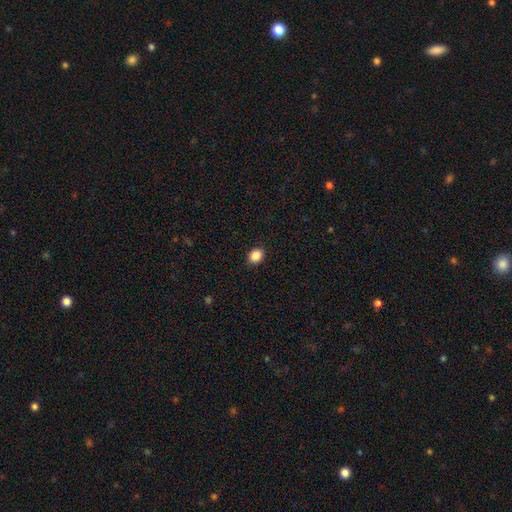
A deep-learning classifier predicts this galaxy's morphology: Smooth or featured?
  - smooth: 88% *
  - star or artifact: 9%
  - featured or disk: 3%
How rounded?
  - in between: 53% *
  - round: 46%
  - cigar-shaped: 1%
Merging?
  - none: 90% *
  - minor disturbance: 7%
  - major disturbance: 2%
  - merger: 1%